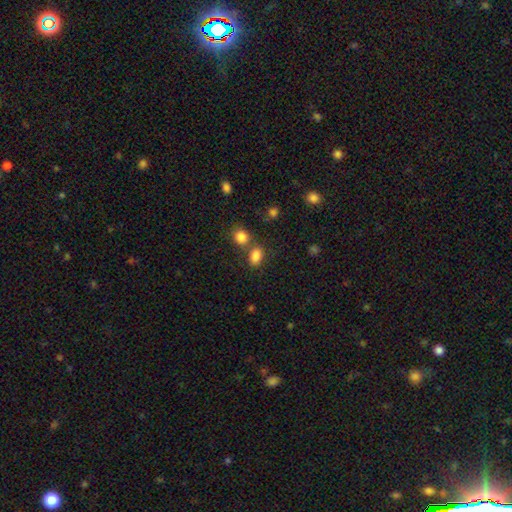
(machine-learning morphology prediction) smooth_or_featured: smooth (p=0.84) [alt: star or artifact p=0.11]
how_rounded: in between (p=0.76) [alt: round p=0.22]
merging: none (p=0.58) [alt: merger p=0.27]